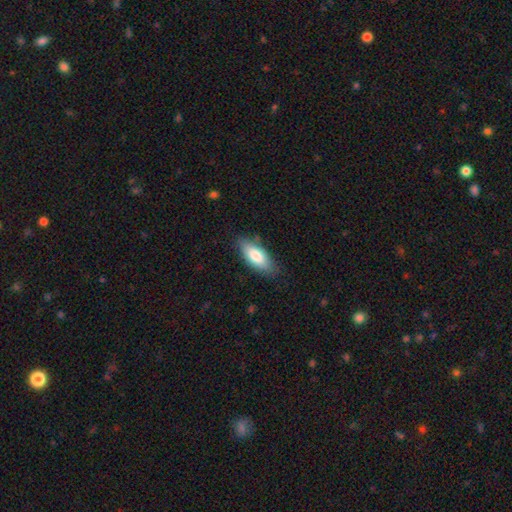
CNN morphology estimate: Smooth or featured? Predicted: smooth (p=0.80). How rounded? Predicted: in between (p=0.83). Merging? Predicted: none (p=0.80).